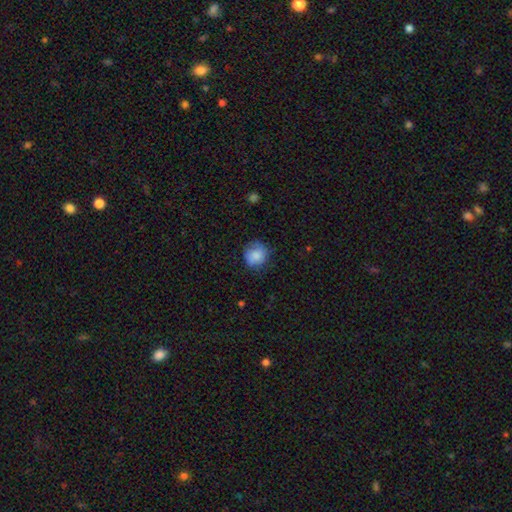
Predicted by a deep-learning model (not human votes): Overall: smooth (81%). How rounded: round (84%). Merging: none (67%).